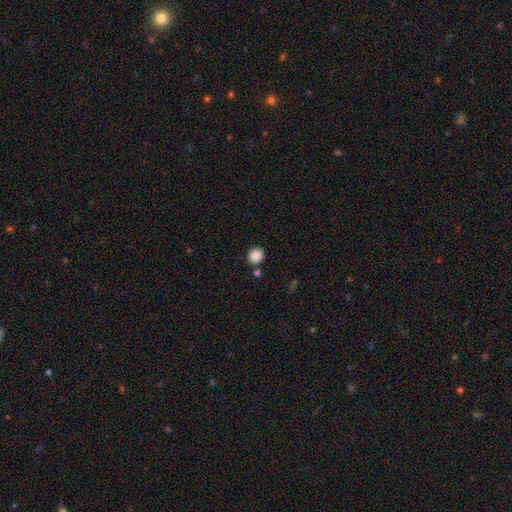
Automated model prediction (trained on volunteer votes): Smooth or featured? smooth (87%)
How rounded? round (86%)
Merging? none (84%)